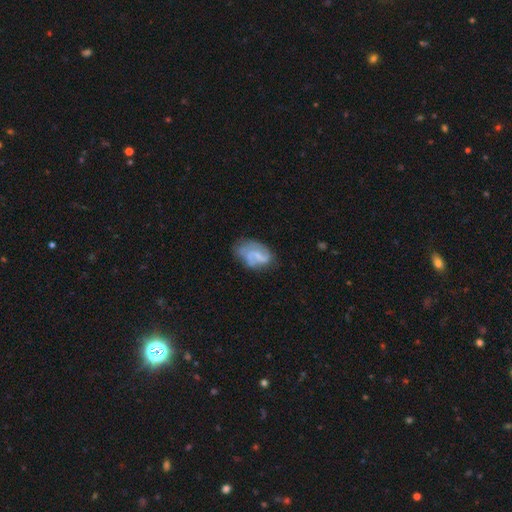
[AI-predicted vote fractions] featured or disk 57%, smooth 35%, star or artifact 8%. Down the decision tree: edge-on disk — no (97%); bar — no (44%); spiral arms — yes (70%); bulge size — none (46%); merging — none (46%).